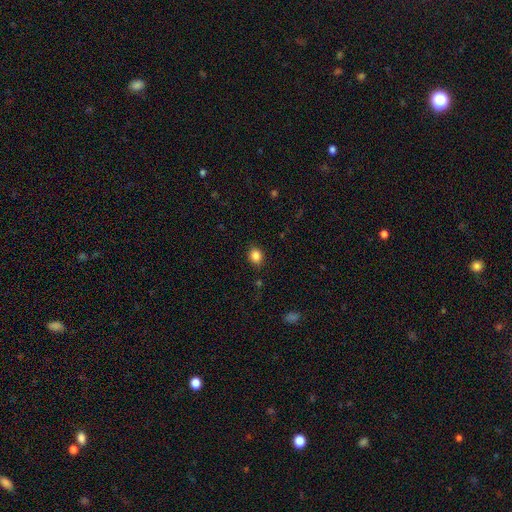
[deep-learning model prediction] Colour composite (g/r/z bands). It shows a smooth galaxy with no disk features (85%) that is round (54%). Merging: none (86%).